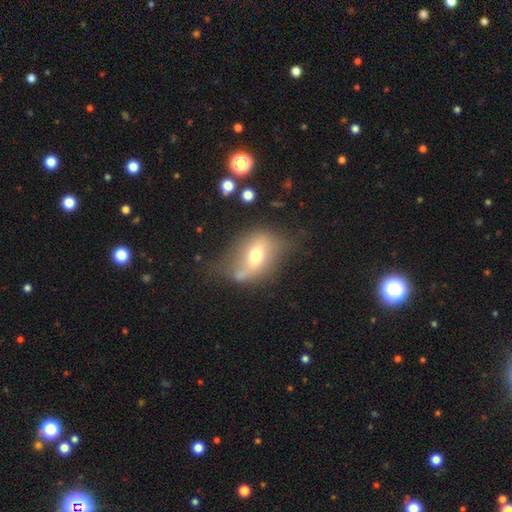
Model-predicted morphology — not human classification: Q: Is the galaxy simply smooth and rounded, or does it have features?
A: featured or disk — 50%.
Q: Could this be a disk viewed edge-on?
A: no — 82%.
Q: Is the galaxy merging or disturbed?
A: none — 48%.